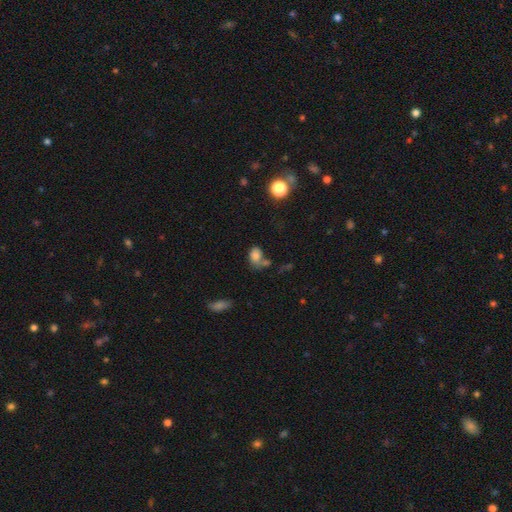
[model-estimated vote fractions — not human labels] Q: Smooth or featured?
A: smooth (75%); runner-up: star or artifact (13%)
Q: How rounded?
A: in between (76%); runner-up: round (23%)
Q: Merging?
A: none (35%); runner-up: merger (33%)